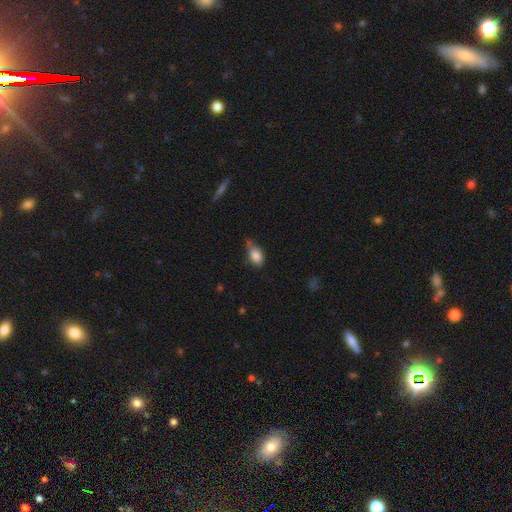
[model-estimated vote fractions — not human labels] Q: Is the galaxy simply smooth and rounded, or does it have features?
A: smooth — 83%.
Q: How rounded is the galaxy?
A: in between — 86%.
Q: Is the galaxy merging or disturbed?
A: none — 43%.